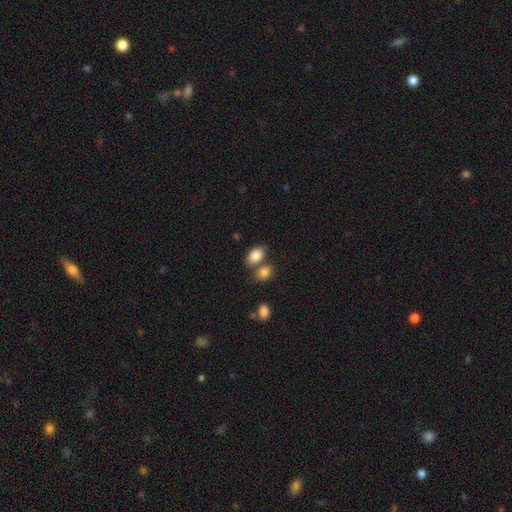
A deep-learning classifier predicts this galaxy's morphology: Smooth or featured: smooth — 86% (star or artifact — 8%)
How rounded: in between — 88% (round — 11%)
Merging: none — 55% (merger — 29%)